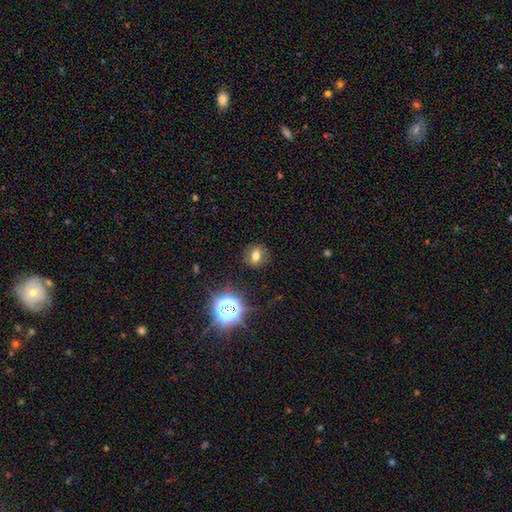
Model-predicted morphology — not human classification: Smooth or featured? Predicted: smooth (p=0.63). How rounded? Predicted: round (p=0.59). Merging? Predicted: none (p=0.85).